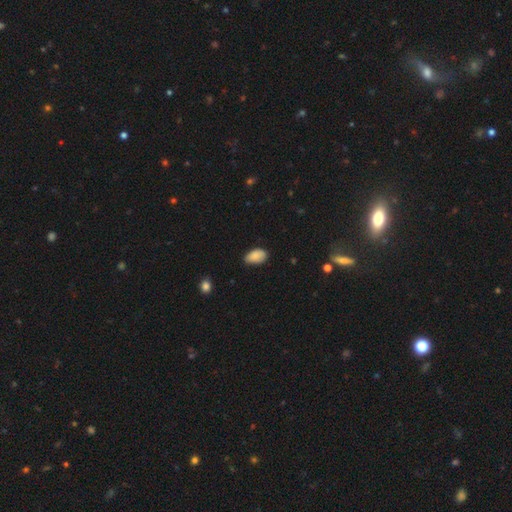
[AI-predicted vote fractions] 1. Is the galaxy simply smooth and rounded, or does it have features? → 86% smooth, 8% star or artifact, 6% featured or disk.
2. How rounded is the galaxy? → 93% in between, 5% round, 1% cigar-shaped.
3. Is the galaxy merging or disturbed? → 73% none, 23% minor disturbance, 3% major disturbance, 1% merger.